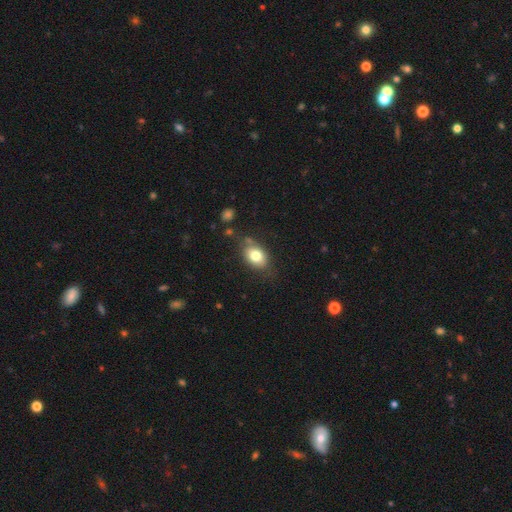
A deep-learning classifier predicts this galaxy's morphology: A smooth galaxy with no disk features (77%) that is in between round and cigar-shaped (79%).

Vote fractions:
- Smooth or featured? smooth: 77% / featured or disk: 14% / star or artifact: 9%
- How rounded? in between: 79% / round: 20% / cigar-shaped: 1%
- Merging? none: 70% / minor disturbance: 20% / major disturbance: 6% / merger: 4%